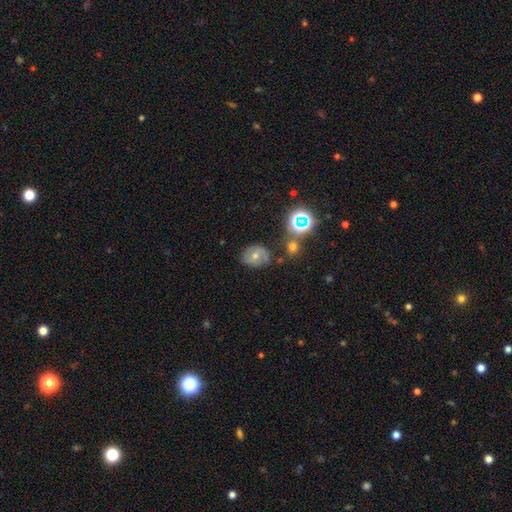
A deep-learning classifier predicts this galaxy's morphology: Q: Smooth or featured?
A: smooth (46%); runner-up: featured or disk (36%)
Q: Merging?
A: none (66%); runner-up: minor disturbance (21%)